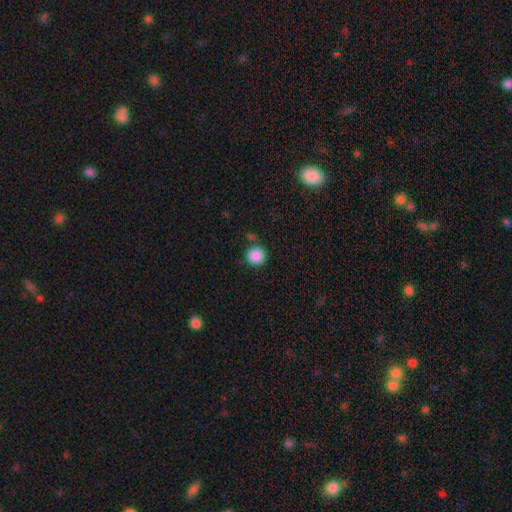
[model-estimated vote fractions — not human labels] A smooth galaxy with no disk features (88%) that is round (93%).

Vote fractions:
- Smooth or featured? smooth: 88% / star or artifact: 9% / featured or disk: 3%
- How rounded? round: 93% / in between: 6% / cigar-shaped: 1%
- Merging? none: 81% / minor disturbance: 10% / merger: 6% / major disturbance: 3%